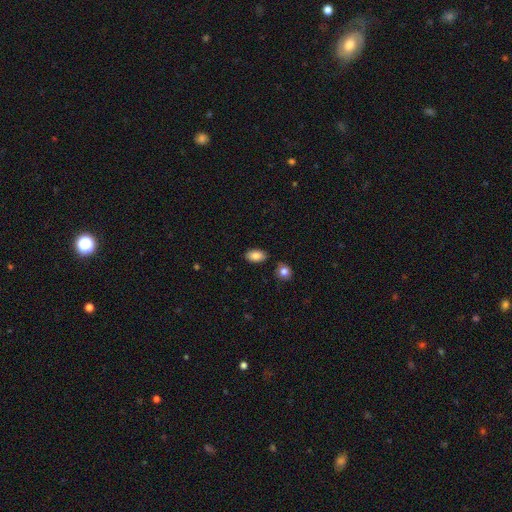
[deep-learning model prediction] Smooth or featured?
  - smooth: 84% *
  - featured or disk: 9%
  - star or artifact: 8%
How rounded?
  - in between: 92% *
  - round: 6%
  - cigar-shaped: 2%
Merging?
  - none: 84% *
  - minor disturbance: 10%
  - merger: 4%
  - major disturbance: 2%